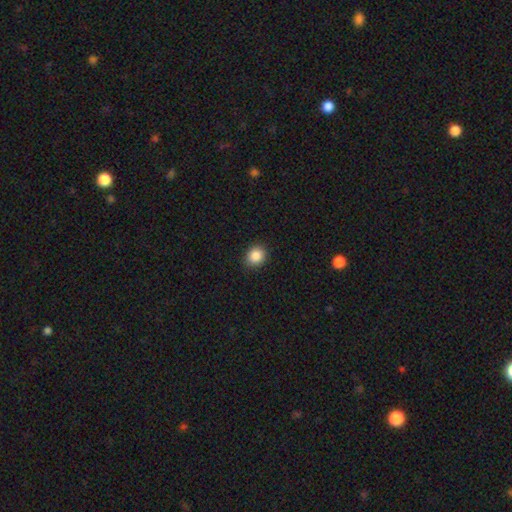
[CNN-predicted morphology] This is clearly a smooth galaxy (87%). How rounded: likely round (73%). Merging: clearly none (89%).